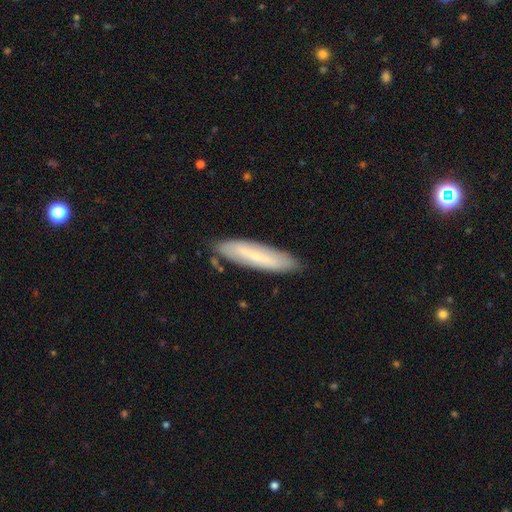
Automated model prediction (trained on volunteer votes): smooth_or_featured: smooth (p=0.54) [alt: featured or disk p=0.39]
how_rounded: cigar-shaped (p=0.77) [alt: in between p=0.22]
merging: none (p=0.83) [alt: minor disturbance p=0.13]